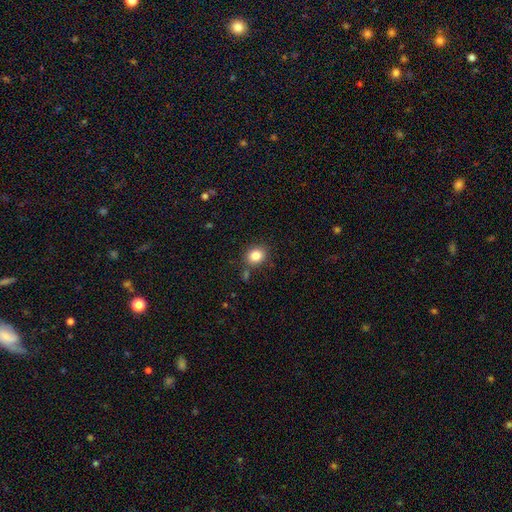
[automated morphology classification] A smooth galaxy with no disk features (84%) that is round (67%).

Vote fractions:
- Smooth or featured? smooth: 84% / star or artifact: 10% / featured or disk: 6%
- How rounded? round: 67% / in between: 32% / cigar-shaped: 1%
- Merging? none: 82% / minor disturbance: 10% / merger: 5% / major disturbance: 3%